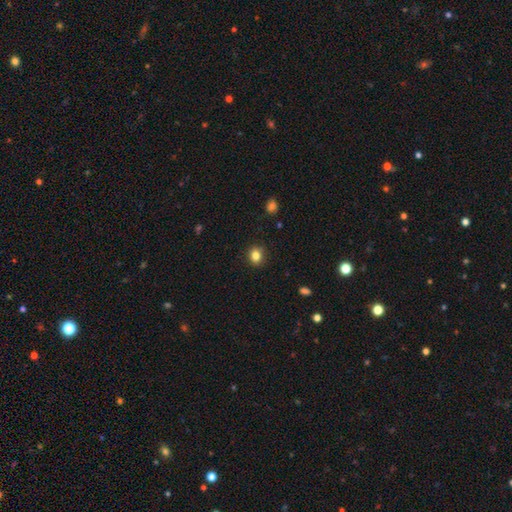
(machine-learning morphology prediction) This appears to be a smooth galaxy with no disk features (83%) that is round (67%). Merging: none (89%).